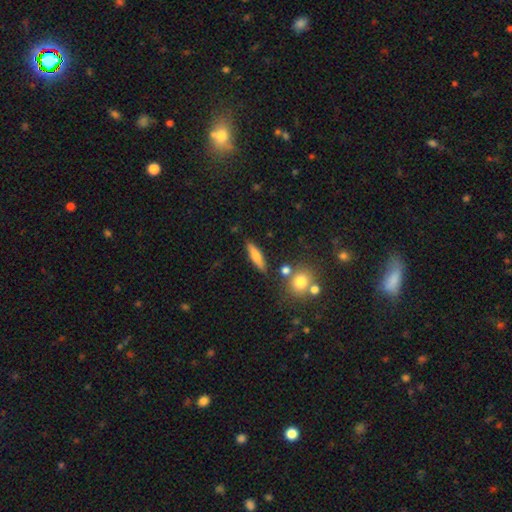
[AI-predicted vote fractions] A smooth galaxy with no disk features (65%) that is cigar-shaped (74%).

Vote fractions:
- Smooth or featured? smooth: 65% / featured or disk: 27% / star or artifact: 8%
- How rounded? cigar-shaped: 74% / in between: 22% / round: 4%
- Merging? none: 82% / minor disturbance: 10% / merger: 5% / major disturbance: 3%